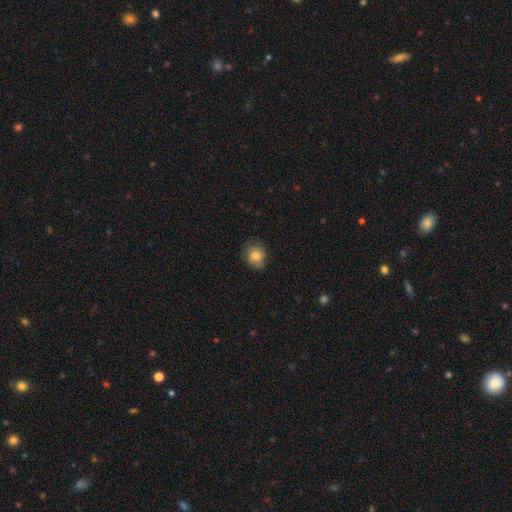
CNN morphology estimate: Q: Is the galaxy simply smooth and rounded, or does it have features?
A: smooth — 75%.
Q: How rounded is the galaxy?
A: round — 76%.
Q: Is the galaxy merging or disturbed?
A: none — 72%.